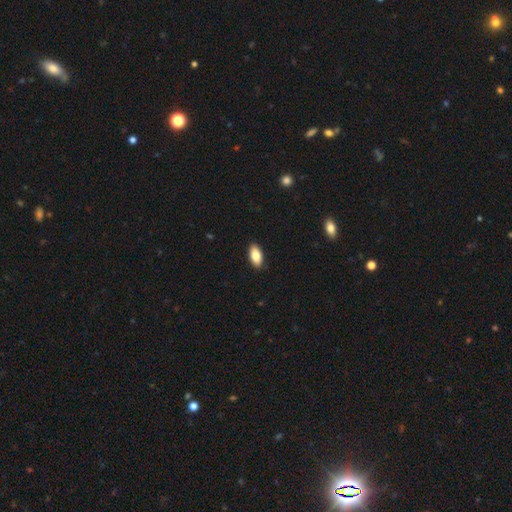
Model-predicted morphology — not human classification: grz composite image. It shows a smooth galaxy with no disk features (82%) that is in between round and cigar-shaped (91%). Merging: none (90%).